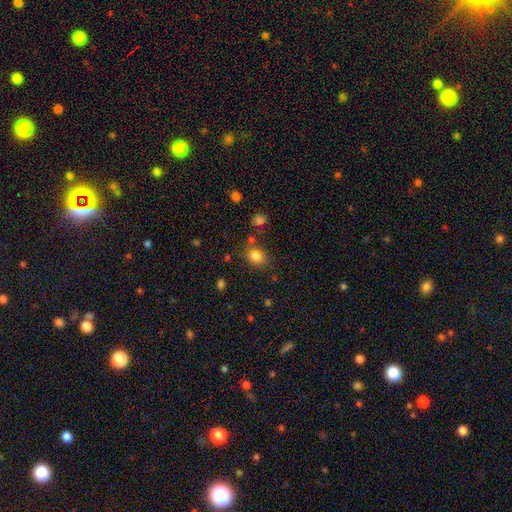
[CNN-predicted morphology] Smooth or featured? Predicted: smooth (p=0.79). How rounded? Predicted: in between (p=0.53). Merging? Predicted: none (p=0.70).